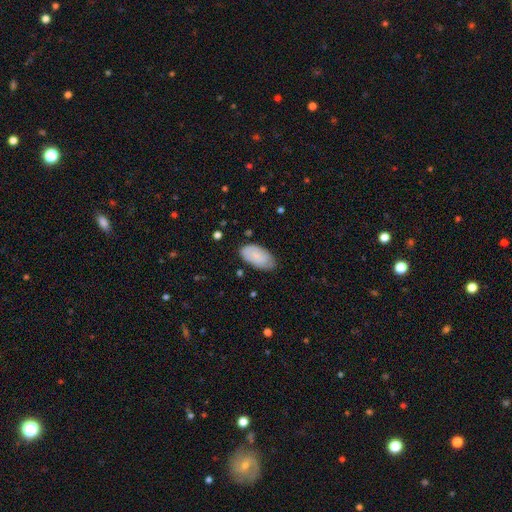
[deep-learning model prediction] smooth_or_featured: smooth (p=0.78) [alt: featured or disk p=0.16]
how_rounded: in between (p=0.95) [alt: round p=0.03]
merging: none (p=0.74) [alt: minor disturbance p=0.21]